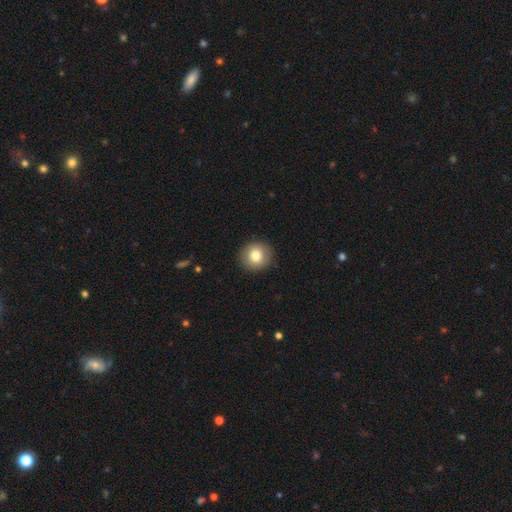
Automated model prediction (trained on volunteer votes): Morphology: type=smooth (79%); roundness=round (91%); merging=none (91%).